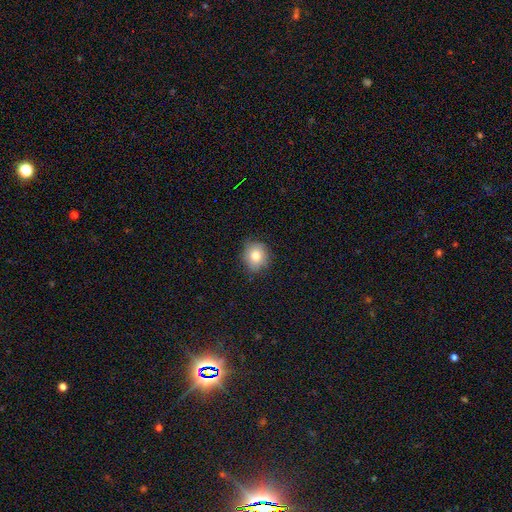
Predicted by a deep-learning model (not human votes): smooth_or_featured: smooth (p=0.80) [alt: featured or disk p=0.10]
how_rounded: round (p=0.80) [alt: in between p=0.19]
merging: none (p=0.79) [alt: minor disturbance p=0.17]